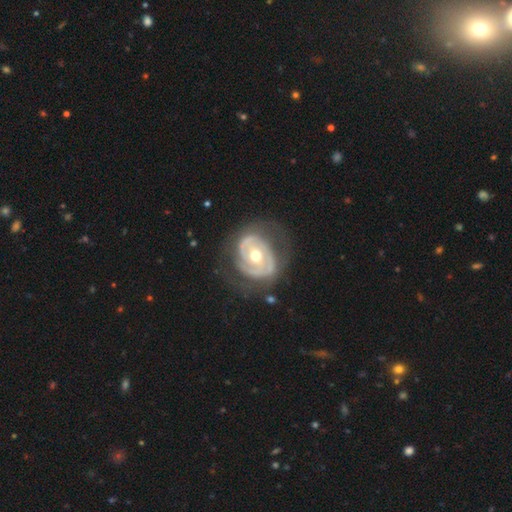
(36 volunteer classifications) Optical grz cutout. It shows a featured or disk galaxy (86%) with no bar (58%), 2 (41%) tight (76%) spiral arms (94%) and a moderate central bulge (74%). Merging: none (60%).